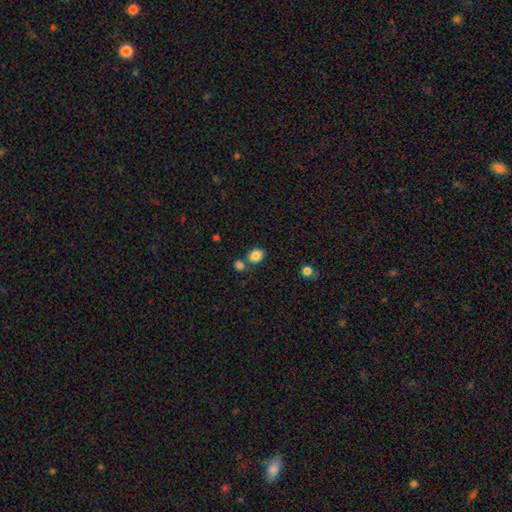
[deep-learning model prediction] Morphology: type=smooth (85%); roundness=round (56%); merging=none (69%).